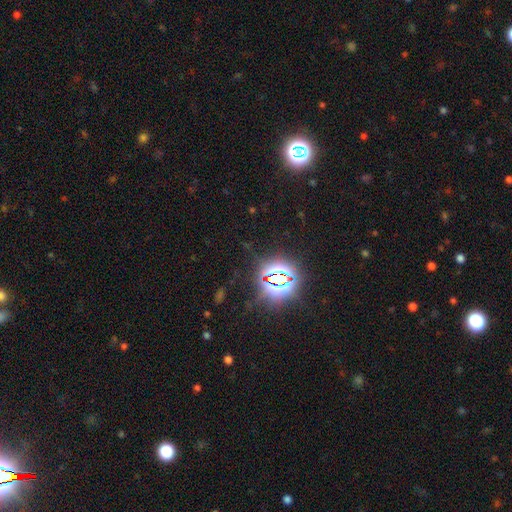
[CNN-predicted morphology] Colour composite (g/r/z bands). It shows a star or artifact, not a galaxy (81%).